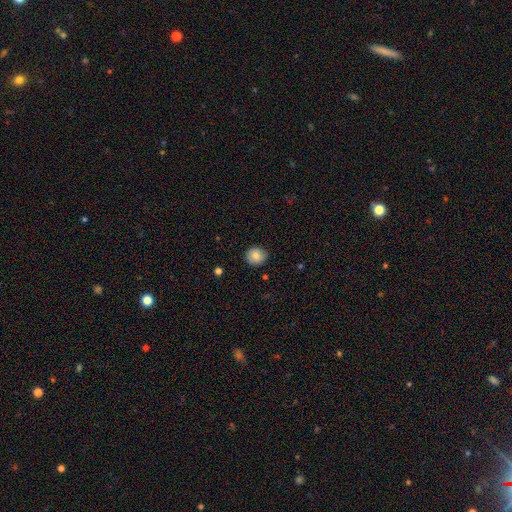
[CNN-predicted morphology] Overall: smooth (81%). How rounded: round (87%). Merging: none (84%).